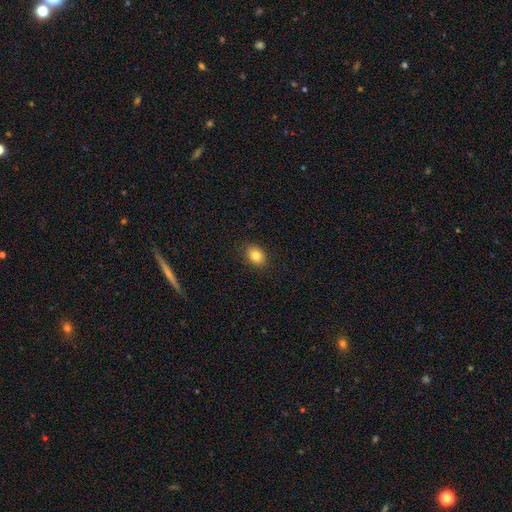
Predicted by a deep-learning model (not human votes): This appears to be a smooth galaxy with no disk features (83%) that is in between round and cigar-shaped (66%). Merging: none (89%).